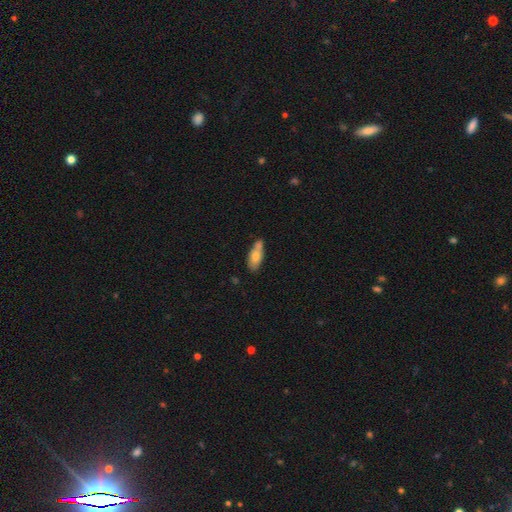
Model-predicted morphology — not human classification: The model was most divided on "merging": none: 54%, minor disturbance: 25%, merger: 15%, major disturbance: 5%. More confident: how rounded — in between (72%); smooth or featured — smooth (71%).